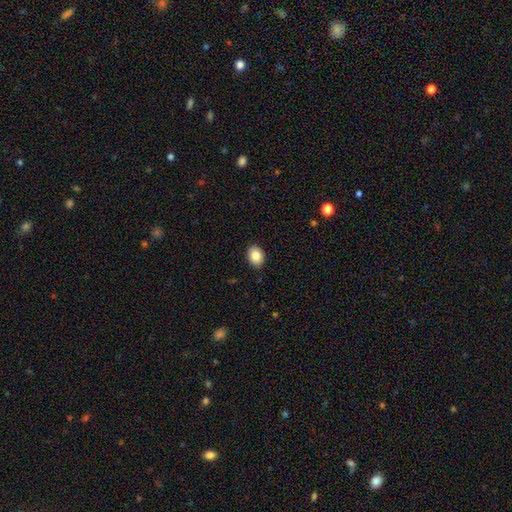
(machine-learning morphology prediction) Smooth or featured: smooth — 84% (star or artifact — 8%)
How rounded: in between — 72% (round — 27%)
Merging: none — 90% (minor disturbance — 7%)